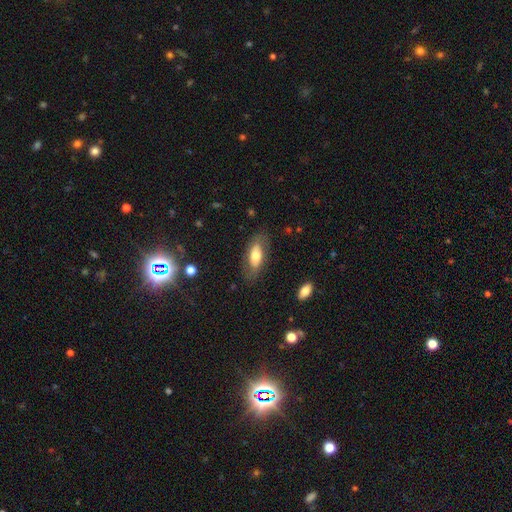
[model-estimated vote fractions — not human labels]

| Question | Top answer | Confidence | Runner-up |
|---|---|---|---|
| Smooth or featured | smooth | 59% | featured or disk (34%) |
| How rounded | in between | 82% | cigar-shaped (14%) |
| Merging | none | 76% | minor disturbance (16%) |